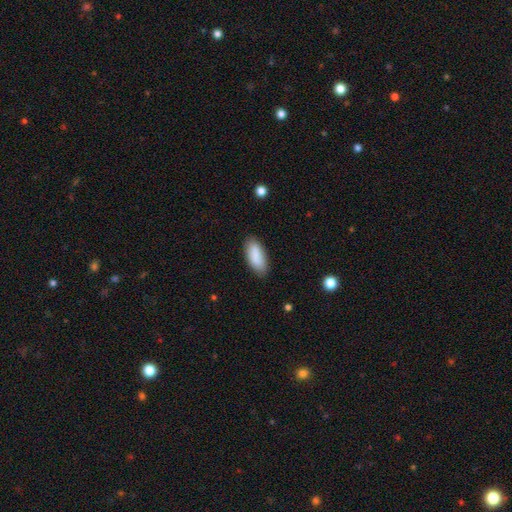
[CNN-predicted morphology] smooth-or-featured: smooth: 88% | star or artifact: 6% | featured or disk: 6%
  how-rounded: in between: 83% | cigar-shaped: 15% | round: 2%
  merging: none: 85% | minor disturbance: 12% | major disturbance: 2% | merger: 1%